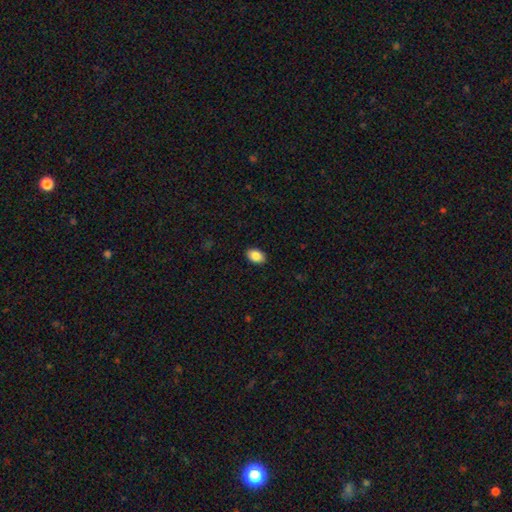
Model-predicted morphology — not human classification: smooth 87%, star or artifact 8%, featured or disk 5%. Down the decision tree: how rounded — in between (86%); merging — none (90%).